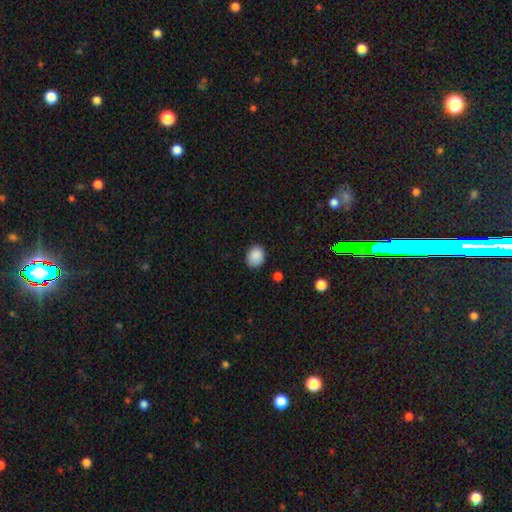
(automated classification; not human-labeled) A smooth galaxy with no disk features (88%) that is round (52%). Merging: none (80%).